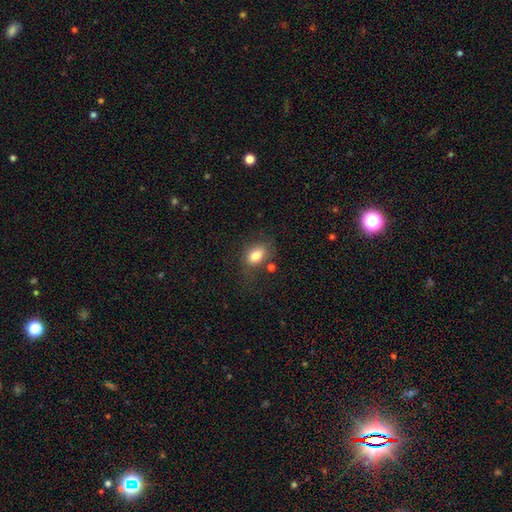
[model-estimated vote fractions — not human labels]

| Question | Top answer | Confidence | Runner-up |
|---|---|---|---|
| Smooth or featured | smooth | 81% | featured or disk (10%) |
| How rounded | in between | 81% | round (17%) |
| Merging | none | 65% | minor disturbance (20%) |